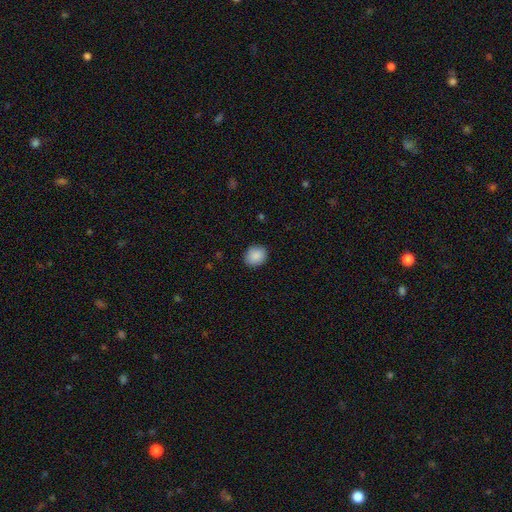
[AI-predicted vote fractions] smooth_or_featured: smooth (p=0.89) [alt: star or artifact p=0.08]
how_rounded: round (p=0.74) [alt: in between p=0.25]
merging: none (p=0.89) [alt: minor disturbance p=0.08]